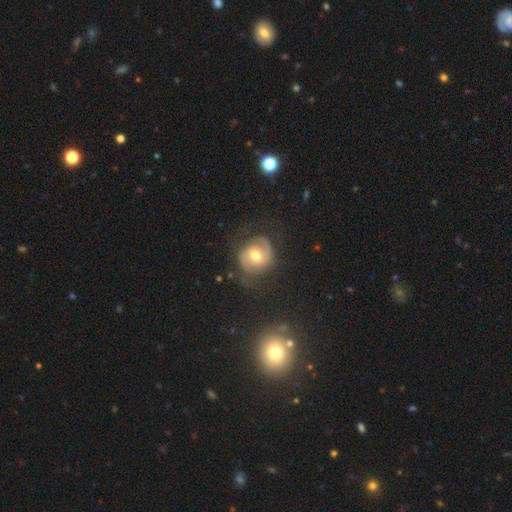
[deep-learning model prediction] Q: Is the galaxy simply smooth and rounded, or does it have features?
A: featured or disk — 66%.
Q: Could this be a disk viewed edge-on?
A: no — 97%.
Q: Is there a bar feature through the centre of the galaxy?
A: no — 44%.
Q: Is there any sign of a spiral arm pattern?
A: yes — 84%.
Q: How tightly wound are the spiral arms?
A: medium — 44%.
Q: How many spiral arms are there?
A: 2 — 81%.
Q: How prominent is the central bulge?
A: moderate — 74%.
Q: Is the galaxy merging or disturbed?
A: none — 69%.